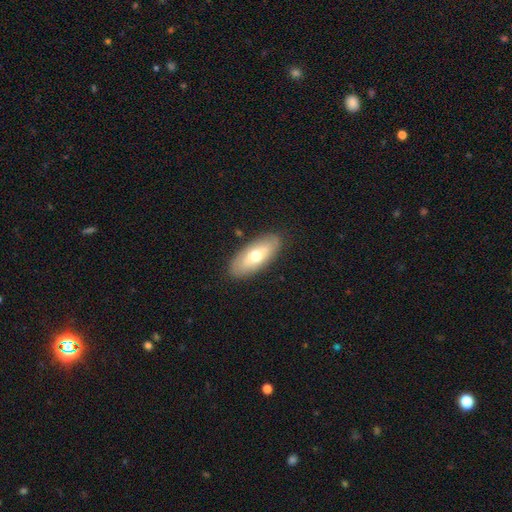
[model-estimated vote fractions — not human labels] Smooth or featured: smooth — 61% (featured or disk — 34%)
How rounded: in between — 82% (cigar-shaped — 16%)
Merging: none — 86% (minor disturbance — 10%)